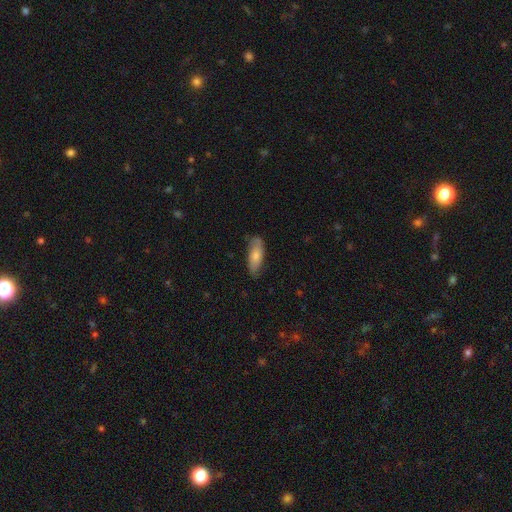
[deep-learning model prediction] Smooth or featured? smooth (72%)
How rounded? in between (66%)
Merging? none (74%)